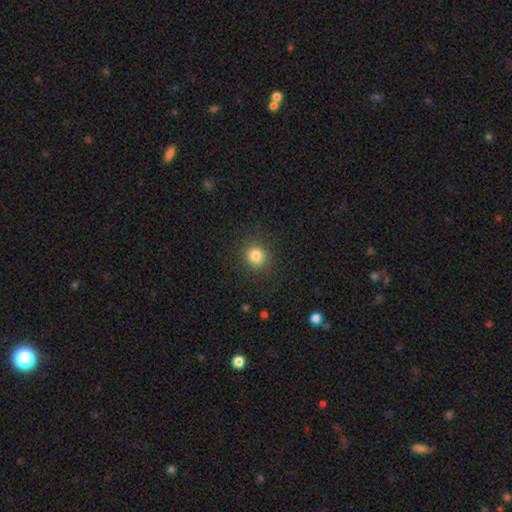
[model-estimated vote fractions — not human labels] smooth-or-featured: smooth: 83% | star or artifact: 12% | featured or disk: 5%
  how-rounded: round: 87% | in between: 13% | cigar-shaped: 1%
  merging: none: 88% | minor disturbance: 8% | major disturbance: 3% | merger: 1%